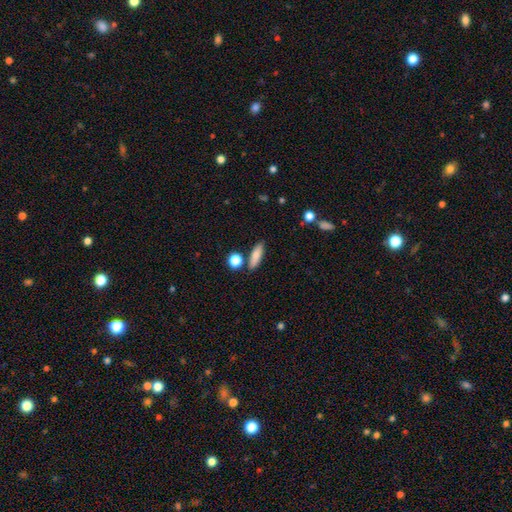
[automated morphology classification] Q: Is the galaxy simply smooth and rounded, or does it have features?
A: smooth — 82%.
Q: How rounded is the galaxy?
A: cigar-shaped — 51%.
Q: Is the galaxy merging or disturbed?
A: none — 79%.